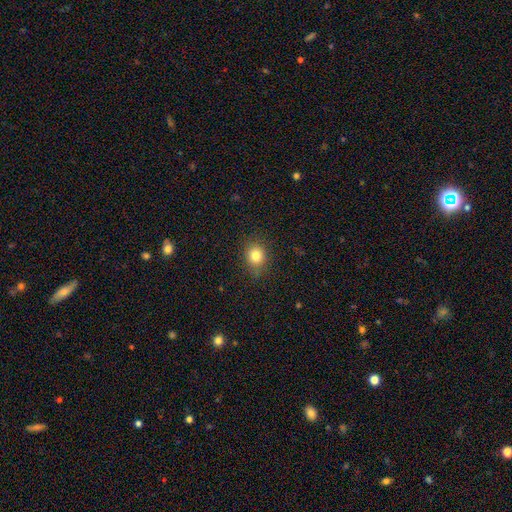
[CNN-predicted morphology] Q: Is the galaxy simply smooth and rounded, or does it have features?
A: smooth — 81%.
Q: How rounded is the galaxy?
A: round — 71%.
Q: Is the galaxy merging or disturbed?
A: none — 83%.